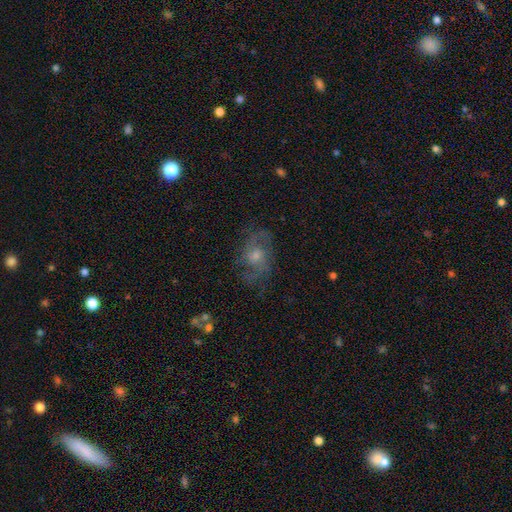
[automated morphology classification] A featured or disk galaxy (67%) with no bar (71%), 2 (42%) medium (48%) spiral arms (85%) and a moderate central bulge (53%). Merging: none (69%).